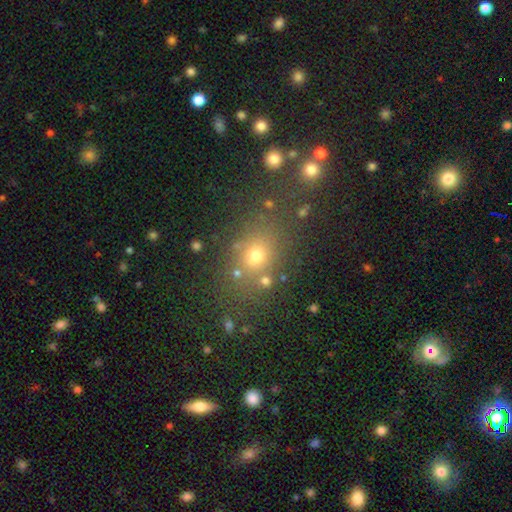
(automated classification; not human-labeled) smooth_or_featured: smooth (p=0.64) [alt: star or artifact p=0.24]
how_rounded: round (p=0.49) [tied with: in between p=0.49]
merging: none (p=0.75) [alt: minor disturbance p=0.13]